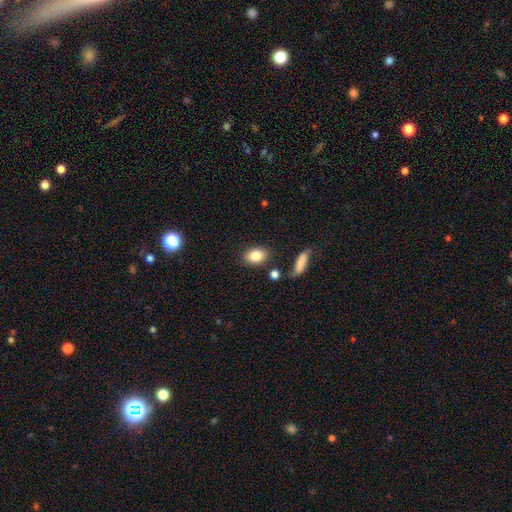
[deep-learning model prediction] The model was most divided on "how rounded": in between: 81%, round: 17%, cigar-shaped: 2%. More confident: smooth or featured — smooth (83%); merging — none (81%).